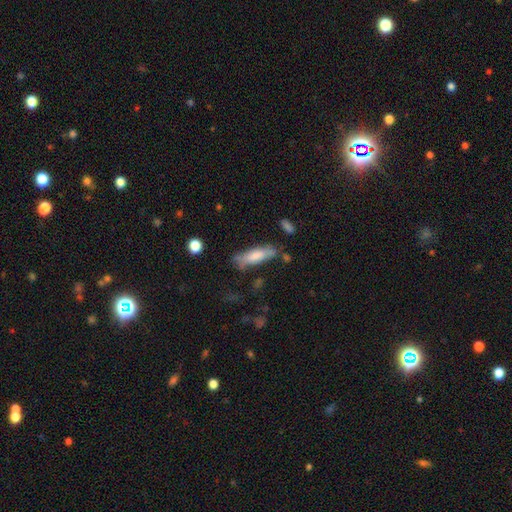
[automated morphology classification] Smooth or featured: smooth — 72% (featured or disk — 21%)
How rounded: cigar-shaped — 53% (in between — 45%)
Merging: none — 61% (minor disturbance — 24%)